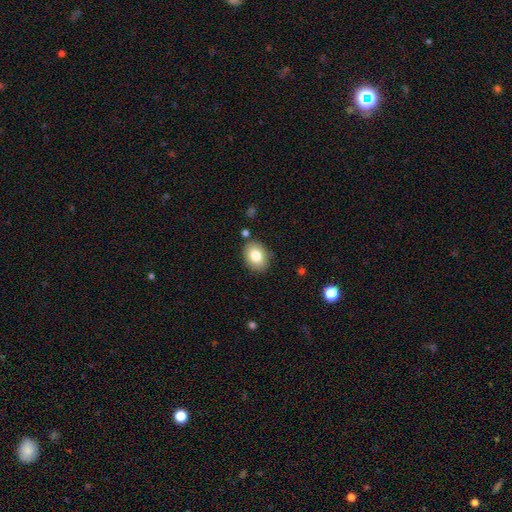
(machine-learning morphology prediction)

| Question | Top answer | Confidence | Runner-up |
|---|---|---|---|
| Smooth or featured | smooth | 80% | featured or disk (12%) |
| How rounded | in between | 70% | round (29%) |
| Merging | none | 84% | minor disturbance (11%) |